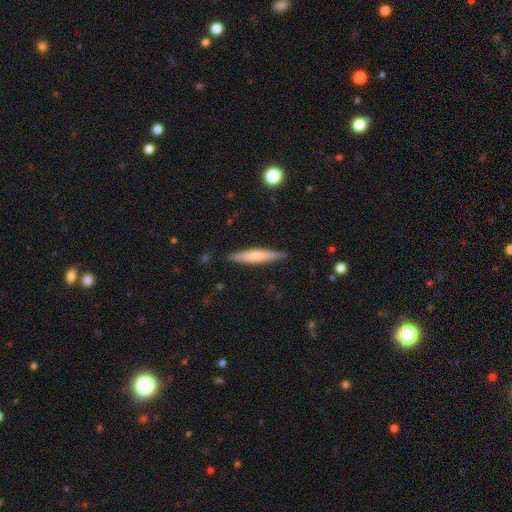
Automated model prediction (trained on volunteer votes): This appears to be a smooth galaxy with no disk features (61%) that is cigar-shaped (92%). Merging: none (88%).